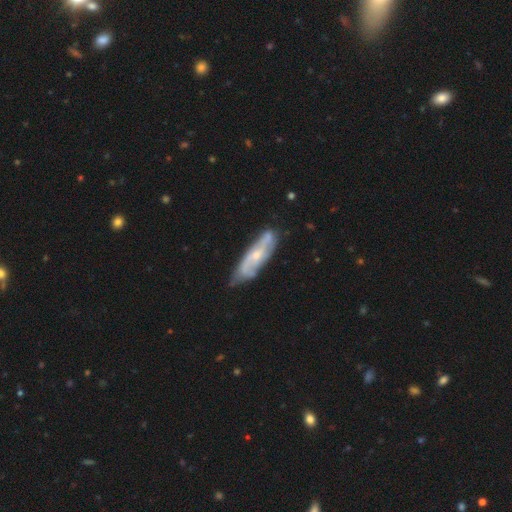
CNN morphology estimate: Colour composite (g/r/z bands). It shows a featured or disk galaxy (73%) with no bar (58%), spiral arms (85%) and a small central bulge (61%). Merging: none (68%).